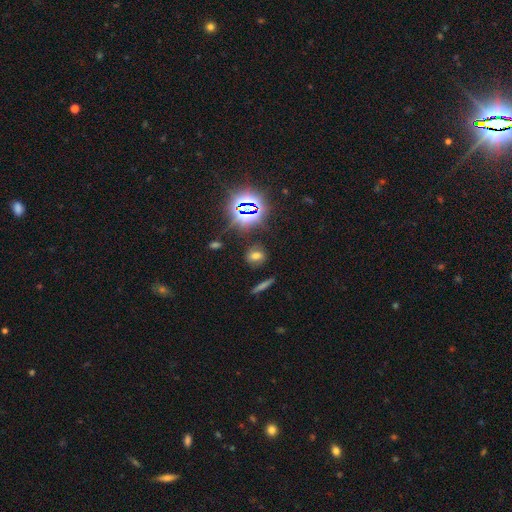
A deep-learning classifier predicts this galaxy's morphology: smooth_or_featured: smooth (p=0.55) [alt: star or artifact p=0.32]
how_rounded: in between (p=0.48) [alt: round p=0.46]
merging: none (p=0.81) [alt: minor disturbance p=0.11]